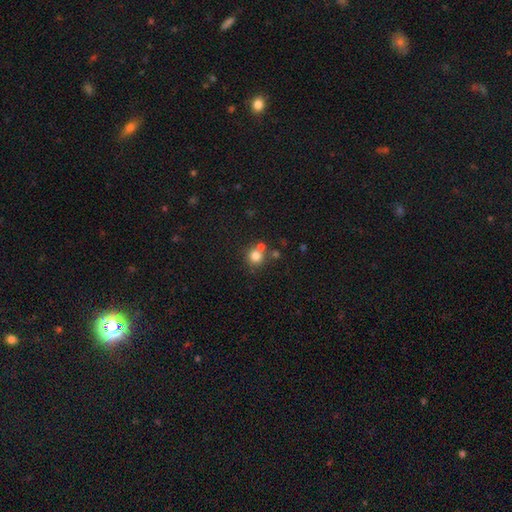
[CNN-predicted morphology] smooth 78%, star or artifact 13%, featured or disk 9%. Down the decision tree: how rounded — round (92%); merging — none (62%).